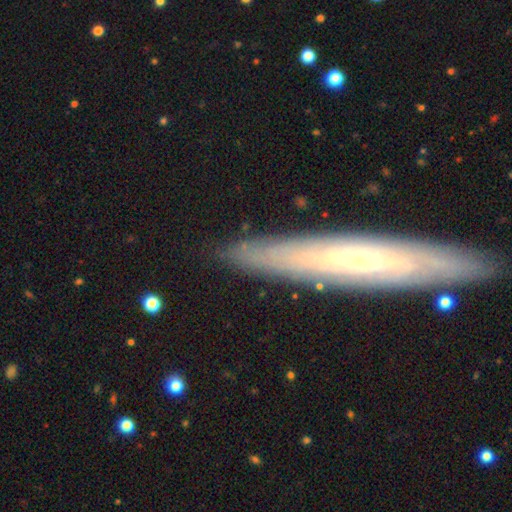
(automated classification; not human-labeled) Smooth or featured: featured or disk — 52% (smooth — 36%)
Edge-on disk: yes — 66% (no — 34%)
Merging: none — 80% (minor disturbance — 13%)